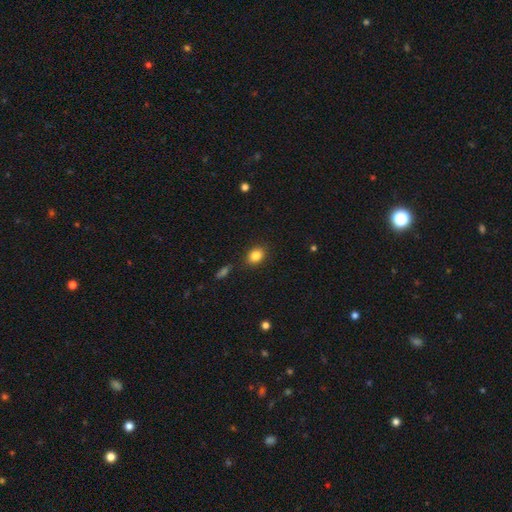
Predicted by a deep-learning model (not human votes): Smooth or featured: smooth — 84% (star or artifact — 10%)
How rounded: in between — 63% (round — 36%)
Merging: none — 85% (minor disturbance — 10%)